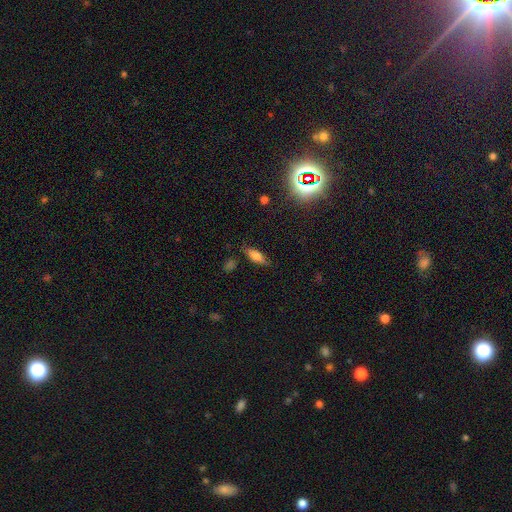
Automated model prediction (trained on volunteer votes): Morphology: type=smooth (72%); roundness=in between (68%); merging=none (78%).